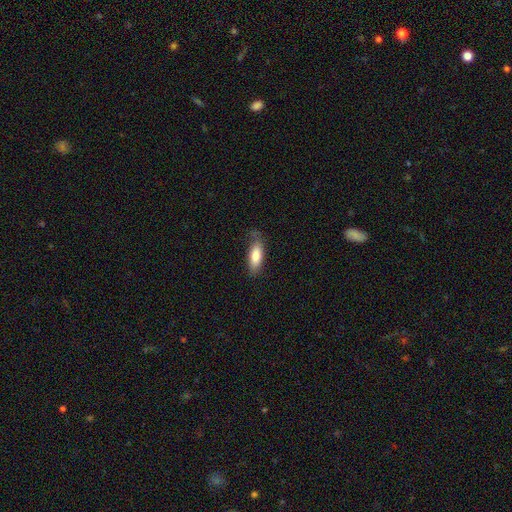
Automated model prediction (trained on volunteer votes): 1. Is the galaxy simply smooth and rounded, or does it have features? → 83% smooth, 11% featured or disk, 6% star or artifact.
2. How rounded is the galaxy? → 73% in between, 25% cigar-shaped, 2% round.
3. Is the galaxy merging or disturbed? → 68% none, 25% minor disturbance, 6% major disturbance, 2% merger.